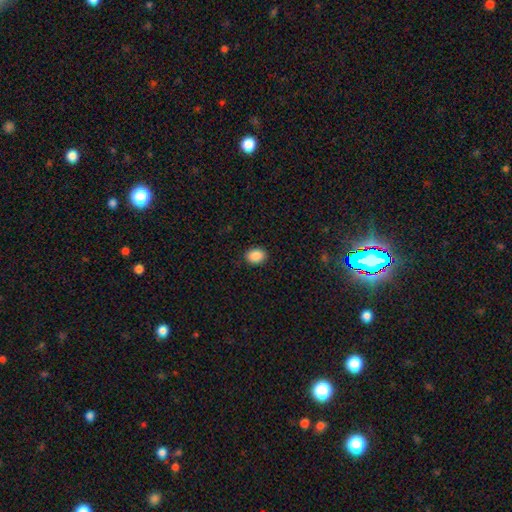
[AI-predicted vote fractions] Smooth or featured?
  - smooth: 89% *
  - star or artifact: 8%
  - featured or disk: 3%
How rounded?
  - in between: 65% *
  - round: 34%
  - cigar-shaped: 1%
Merging?
  - none: 89% *
  - minor disturbance: 8%
  - major disturbance: 2%
  - merger: 1%